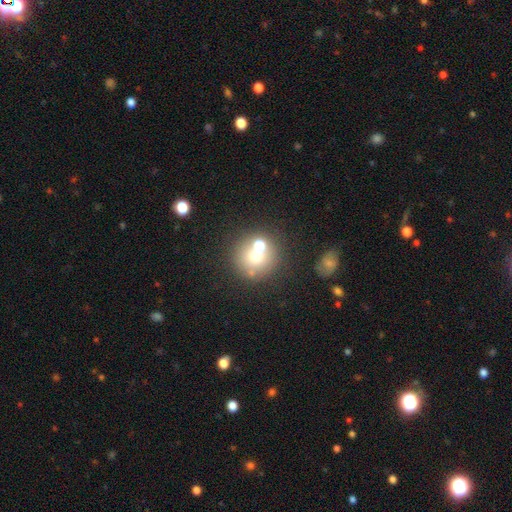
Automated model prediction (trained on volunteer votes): Overall: smooth (64%). How rounded: round (89%). Merging: none (57%; merger 28%).